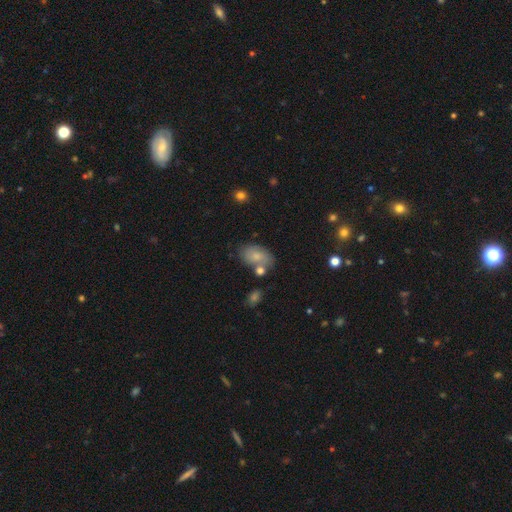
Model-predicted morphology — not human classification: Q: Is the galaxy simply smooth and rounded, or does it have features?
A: smooth — 74%.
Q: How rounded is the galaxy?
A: in between — 87%.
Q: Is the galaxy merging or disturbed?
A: none — 57%.